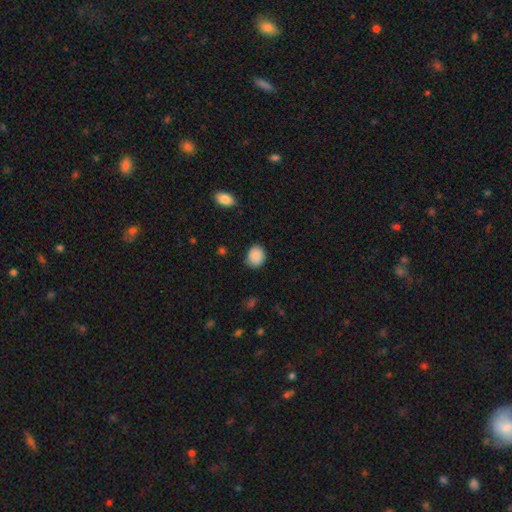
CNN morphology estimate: Smooth or featured? smooth (88%)
How rounded? round (64%)
Merging? none (75%)